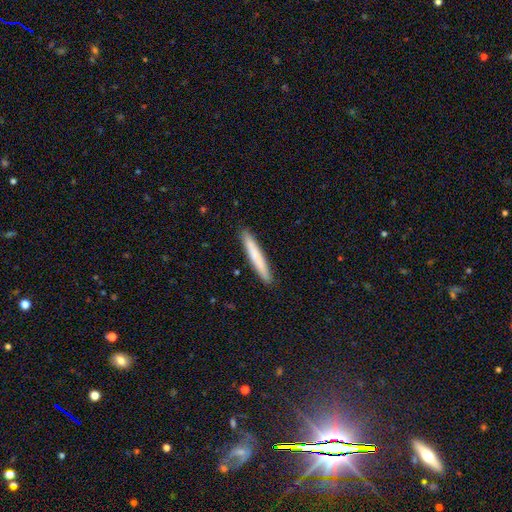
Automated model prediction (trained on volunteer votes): Q: Smooth or featured?
A: smooth (75%); runner-up: featured or disk (20%)
Q: How rounded?
A: cigar-shaped (96%); runner-up: in between (3%)
Q: Merging?
A: none (92%); runner-up: minor disturbance (6%)